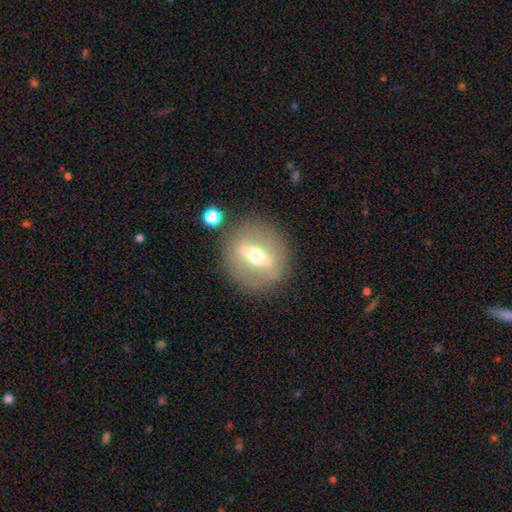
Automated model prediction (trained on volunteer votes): smooth-or-featured: featured or disk: 61% | smooth: 31% | star or artifact: 8%
  disk-edge-on: no: 64% | yes: 36%
  merging: none: 84% | minor disturbance: 9% | major disturbance: 4% | merger: 3%